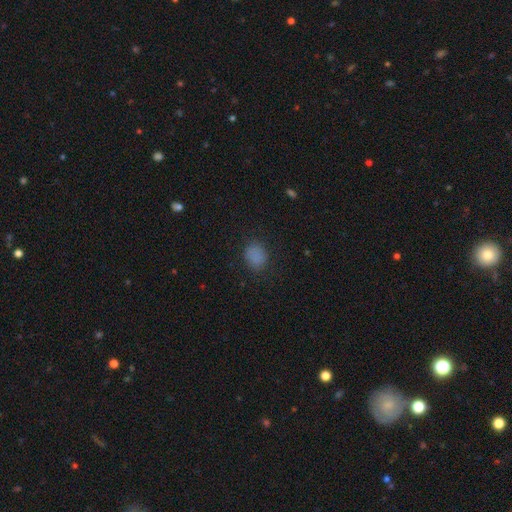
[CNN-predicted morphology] This is clearly a smooth galaxy (84%). How rounded: possibly in between (53%). Merging: clearly none (82%).